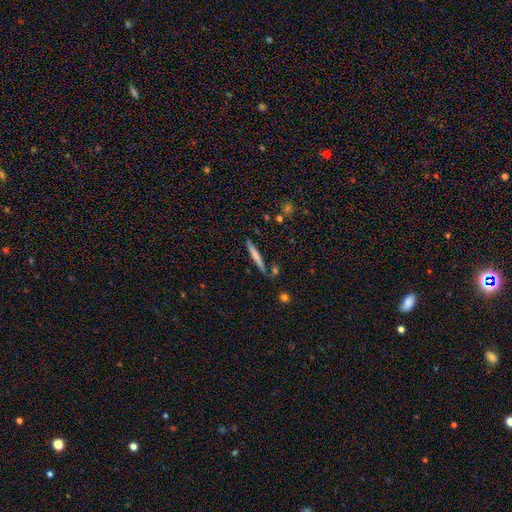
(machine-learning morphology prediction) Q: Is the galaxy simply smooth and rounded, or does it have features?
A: smooth — 57%.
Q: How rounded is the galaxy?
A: cigar-shaped — 95%.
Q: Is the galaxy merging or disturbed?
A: none — 85%.